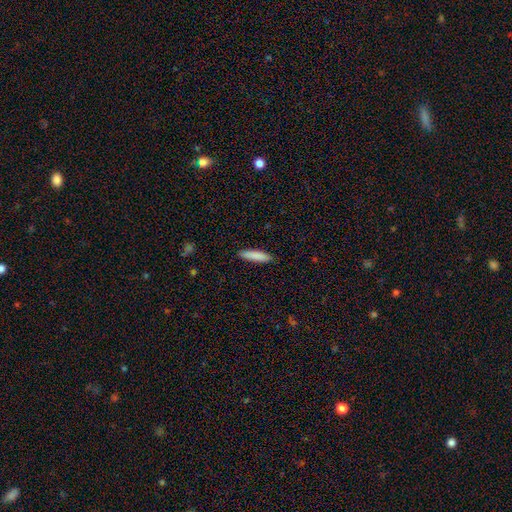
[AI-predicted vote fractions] Morphology: type=smooth (87%); roundness=cigar-shaped (77%); merging=none (90%).